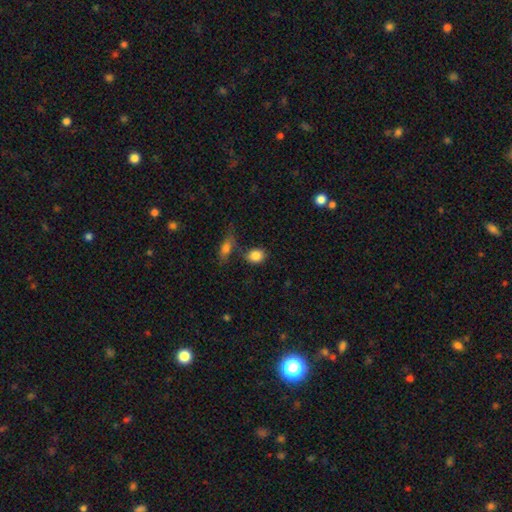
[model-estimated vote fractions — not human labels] A smooth galaxy with no disk features (86%) that is in between round and cigar-shaped (50%). Merging: none (72%).